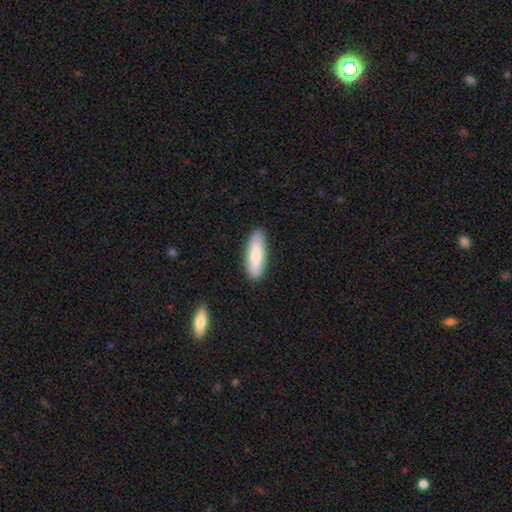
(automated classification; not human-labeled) Overall: smooth (77%). How rounded: cigar-shaped (50%; in between 48%). Merging: none (88%).